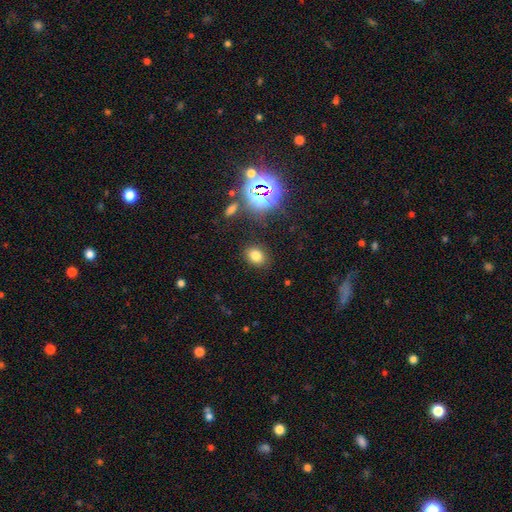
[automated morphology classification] Smooth or featured?
  - smooth: 74% *
  - star or artifact: 19%
  - featured or disk: 8%
How rounded?
  - in between: 59% *
  - round: 40%
  - cigar-shaped: 1%
Merging?
  - none: 86% *
  - minor disturbance: 9%
  - major disturbance: 3%
  - merger: 2%